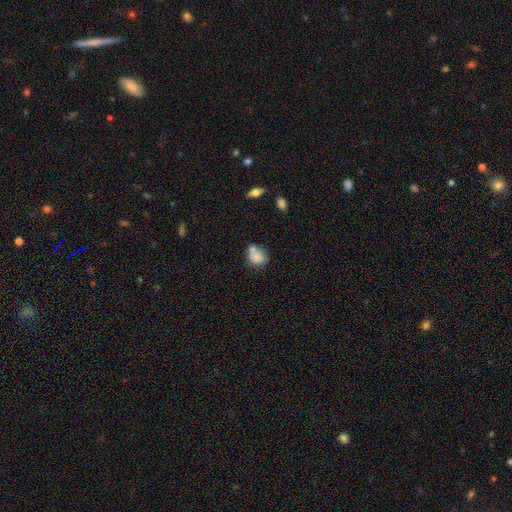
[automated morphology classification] smooth 78%, featured or disk 13%, star or artifact 9%. Down the decision tree: how rounded — round (61%); merging — none (45%).